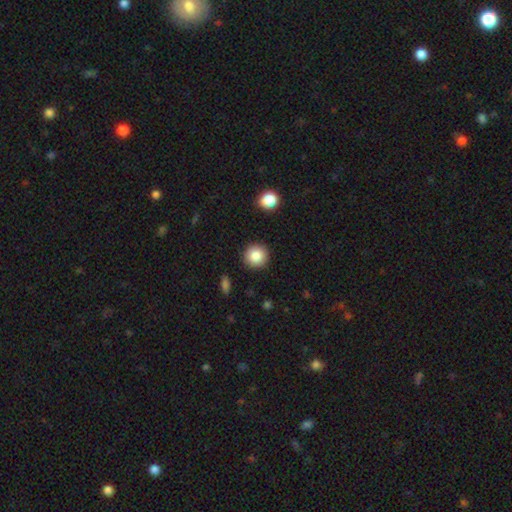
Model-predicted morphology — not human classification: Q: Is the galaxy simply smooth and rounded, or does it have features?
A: smooth — 85%.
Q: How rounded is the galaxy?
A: round — 94%.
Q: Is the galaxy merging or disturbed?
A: none — 91%.